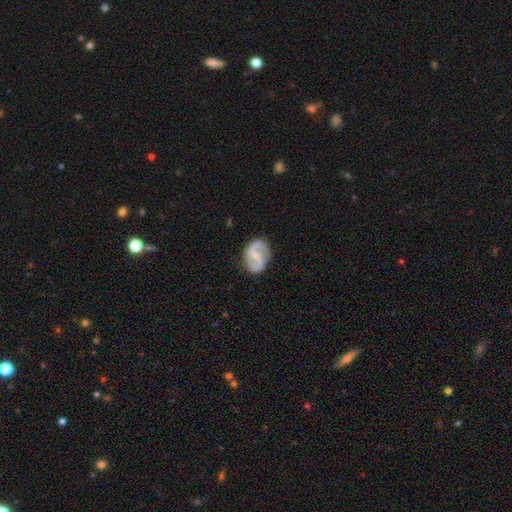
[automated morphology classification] Overall: featured or disk (81%). Edge-on disk: no (98%). Bar: weak (45%; strong 38%). Spiral arms: yes (90%). Spiral arm count: 2 (91%). Spiral winding: loose (45%; medium 41%). Bulge size: small (53%; none 27%). Merging: none (81%).